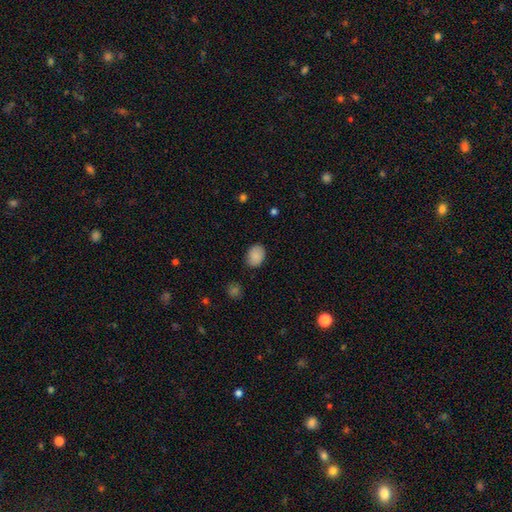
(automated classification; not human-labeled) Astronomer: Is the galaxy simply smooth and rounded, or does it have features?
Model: smooth — 88%.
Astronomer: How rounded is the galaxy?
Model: in between — 68%.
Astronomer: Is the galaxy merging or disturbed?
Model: none — 83%.